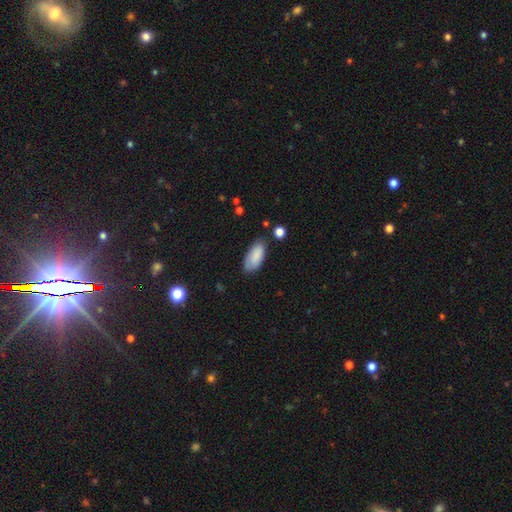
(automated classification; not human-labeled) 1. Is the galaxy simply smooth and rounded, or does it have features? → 84% smooth, 10% featured or disk, 6% star or artifact.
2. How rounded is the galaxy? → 90% in between, 8% cigar-shaped, 2% round.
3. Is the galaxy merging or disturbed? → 73% none, 20% minor disturbance, 4% major disturbance, 3% merger.